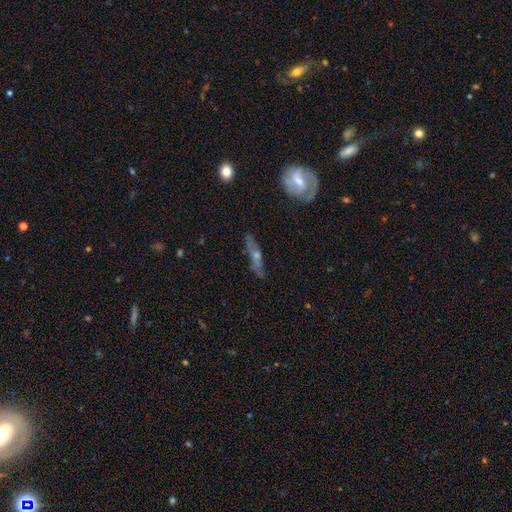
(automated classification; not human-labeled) featured or disk 66%, smooth 24%, star or artifact 10%. Down the decision tree: edge-on disk — yes (64%); merging — none (78%).